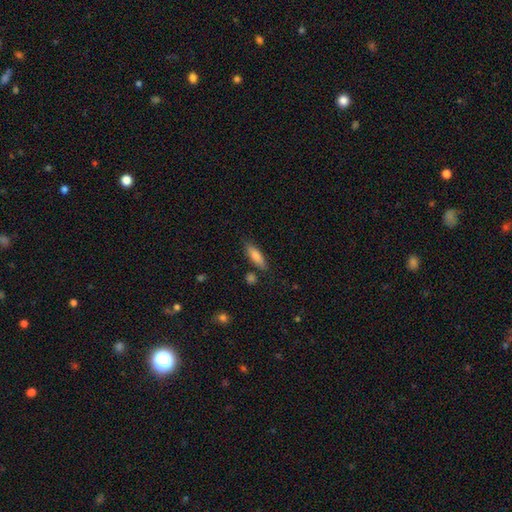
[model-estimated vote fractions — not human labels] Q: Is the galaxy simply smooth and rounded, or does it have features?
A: smooth — 75%.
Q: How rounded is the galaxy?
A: cigar-shaped — 57%.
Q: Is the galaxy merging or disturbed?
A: none — 81%.